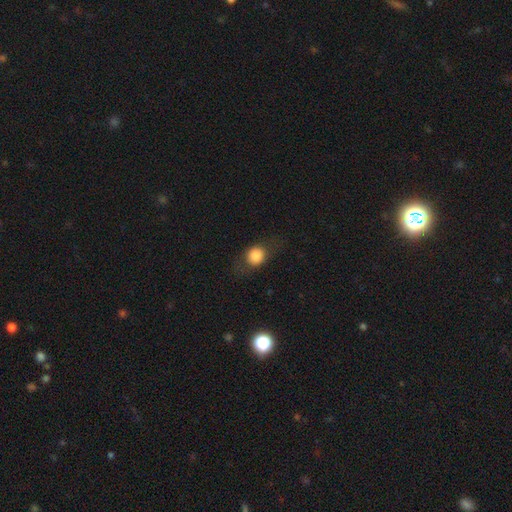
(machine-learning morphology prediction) Smooth or featured? smooth (78%)
How rounded? round (67%)
Merging? none (73%)